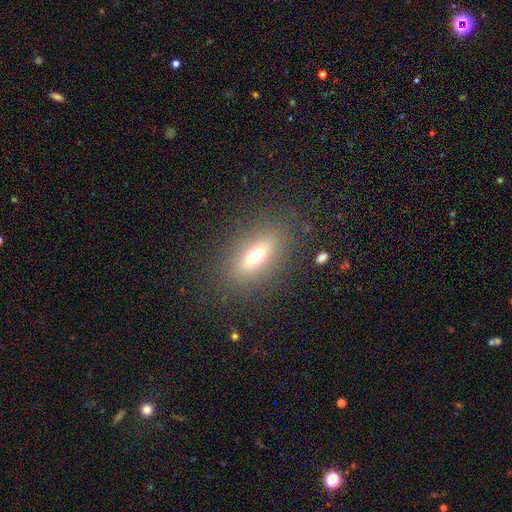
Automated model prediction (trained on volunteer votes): smooth-or-featured: smooth: 58% | featured or disk: 28% | star or artifact: 14%
  how-rounded: in between: 72% | cigar-shaped: 17% | round: 11%
  merging: none: 83% | minor disturbance: 9% | major disturbance: 6% | merger: 1%